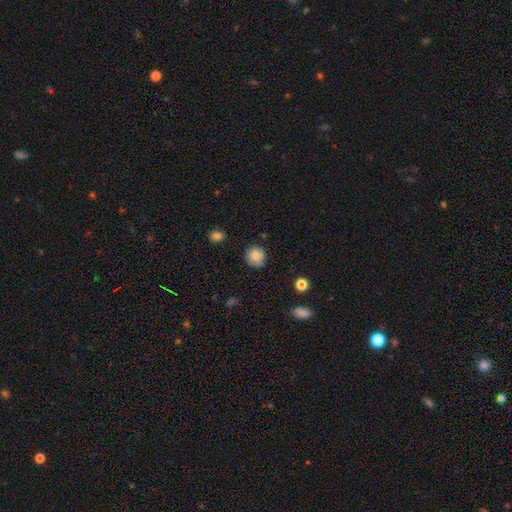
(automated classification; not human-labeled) Smooth or featured? smooth (84%)
How rounded? round (91%)
Merging? none (84%)